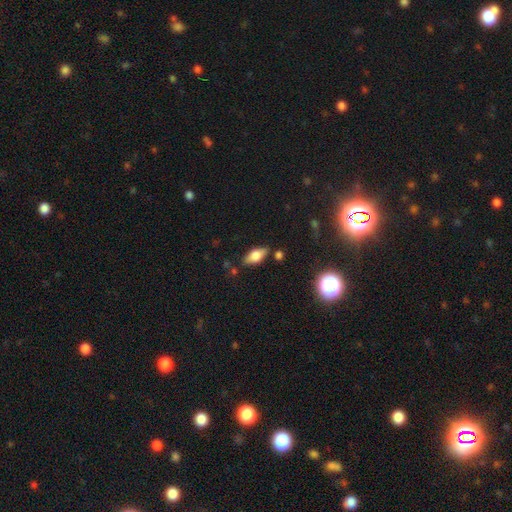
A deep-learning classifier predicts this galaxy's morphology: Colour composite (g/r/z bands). It shows a smooth galaxy with no disk features (62%) that is in between round and cigar-shaped (83%). Merging: none (79%).